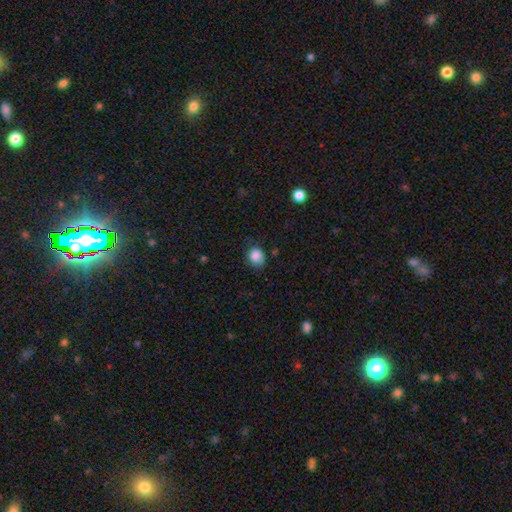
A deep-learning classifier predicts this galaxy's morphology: The model was most divided on "how rounded": round: 61%, in between: 38%, cigar-shaped: 1%. More confident: smooth or featured — smooth (86%); merging — none (65%).